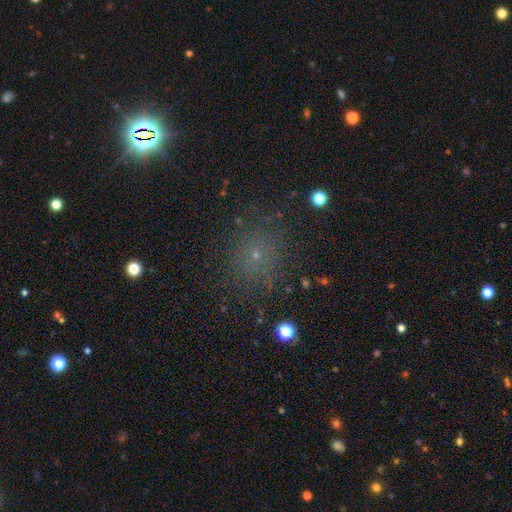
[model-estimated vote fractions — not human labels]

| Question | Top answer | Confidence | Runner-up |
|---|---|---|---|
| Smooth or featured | smooth | 52% | star or artifact (38%) |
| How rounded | round | 88% | in between (11%) |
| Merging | none | 82% | minor disturbance (11%) |